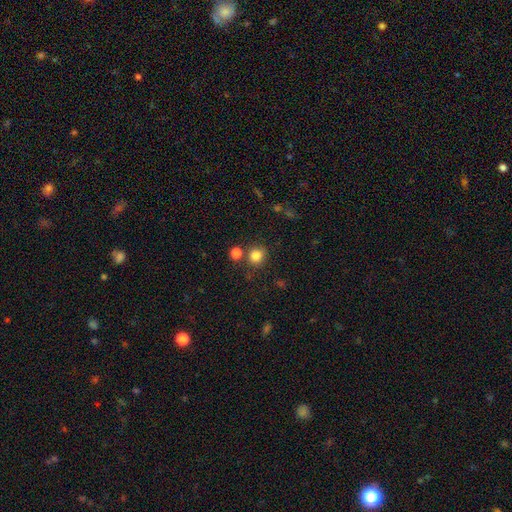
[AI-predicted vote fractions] Overall: smooth (83%). How rounded: round (85%). Merging: none (74%).